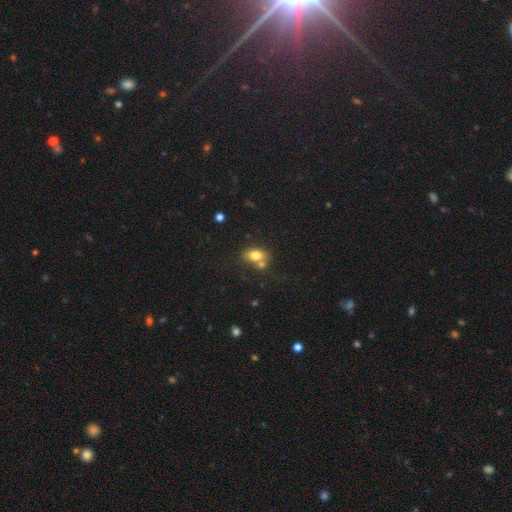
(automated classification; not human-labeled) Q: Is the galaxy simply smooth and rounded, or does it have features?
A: smooth — 77%.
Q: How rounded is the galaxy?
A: in between — 78%.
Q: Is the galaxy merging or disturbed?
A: none — 48%.